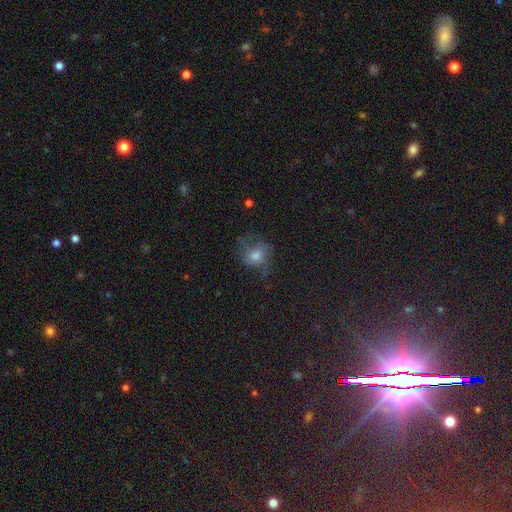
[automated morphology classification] Smooth or featured? smooth (46%)
Merging? none (51%)